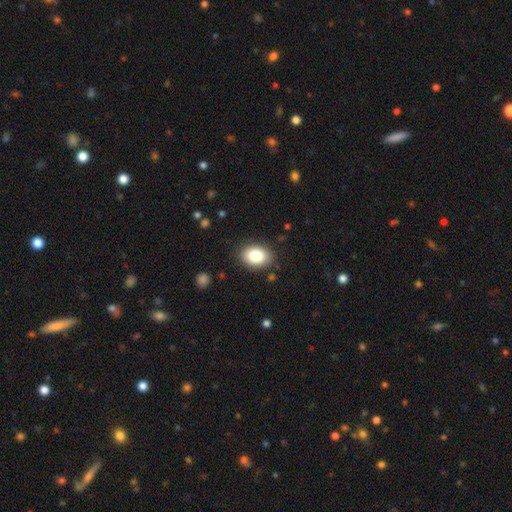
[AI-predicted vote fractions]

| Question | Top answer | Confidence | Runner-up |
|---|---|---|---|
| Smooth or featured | smooth | 84% | featured or disk (8%) |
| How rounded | in between | 77% | round (22%) |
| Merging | none | 87% | minor disturbance (9%) |